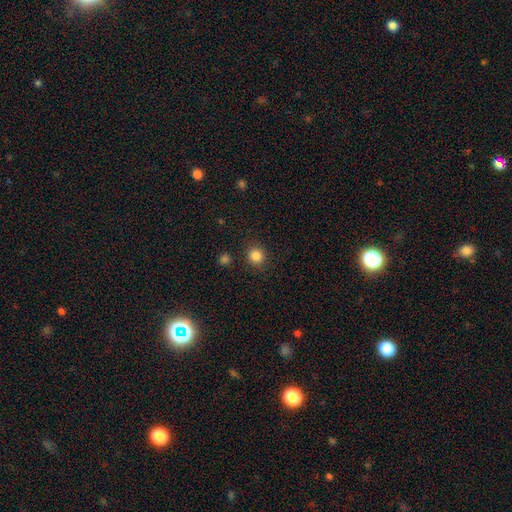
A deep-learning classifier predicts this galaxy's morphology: Q: Smooth or featured?
A: smooth (85%); runner-up: star or artifact (12%)
Q: How rounded?
A: round (91%); runner-up: in between (8%)
Q: Merging?
A: none (89%); runner-up: minor disturbance (7%)